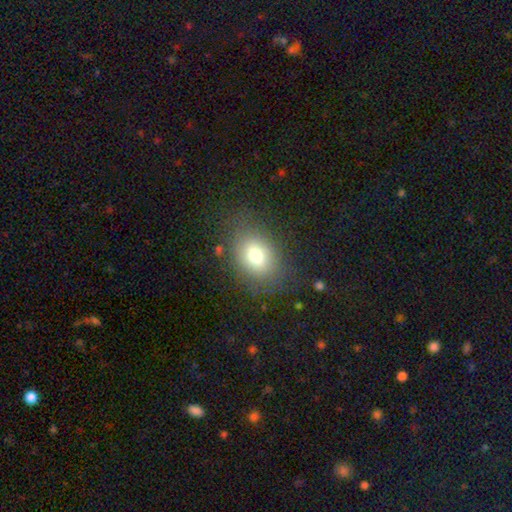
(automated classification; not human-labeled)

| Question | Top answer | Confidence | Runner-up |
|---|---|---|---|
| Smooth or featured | smooth | 72% | featured or disk (15%) |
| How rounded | in between | 65% | round (33%) |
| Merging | none | 77% | minor disturbance (14%) |